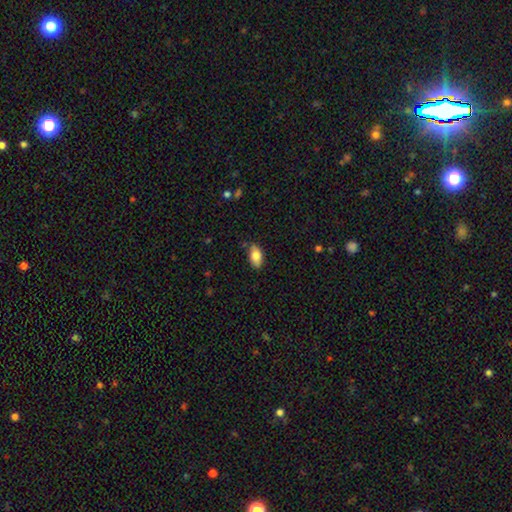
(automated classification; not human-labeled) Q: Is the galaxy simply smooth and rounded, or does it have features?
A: smooth — 80%.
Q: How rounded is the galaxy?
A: in between — 91%.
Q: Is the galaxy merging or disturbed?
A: none — 81%.